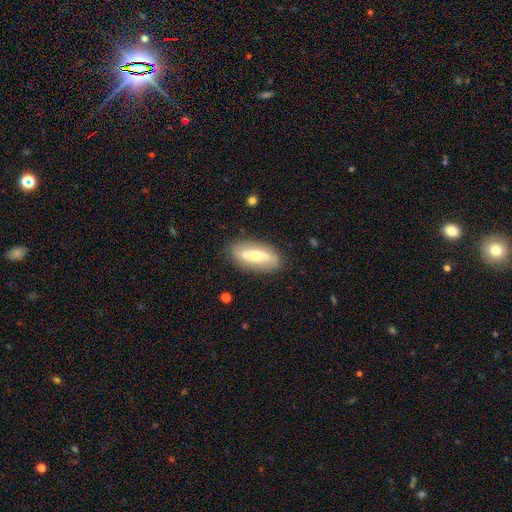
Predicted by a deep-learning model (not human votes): featured or disk 58%, smooth 37%, star or artifact 6%. Down the decision tree: edge-on disk — no (80%); merging — none (82%).